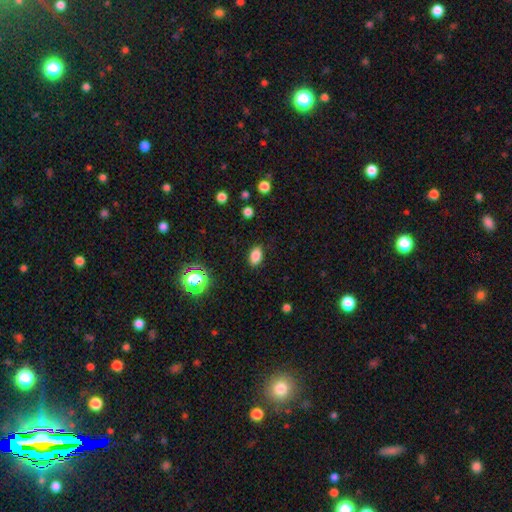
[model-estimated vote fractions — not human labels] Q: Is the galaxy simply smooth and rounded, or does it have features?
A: smooth — 83%.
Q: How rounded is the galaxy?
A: in between — 85%.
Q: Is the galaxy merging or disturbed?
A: none — 87%.